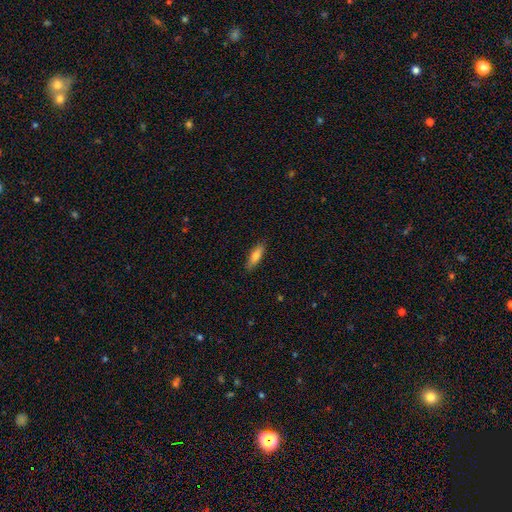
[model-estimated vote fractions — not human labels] Smooth or featured? smooth (79%)
How rounded? in between (50%)
Merging? none (86%)